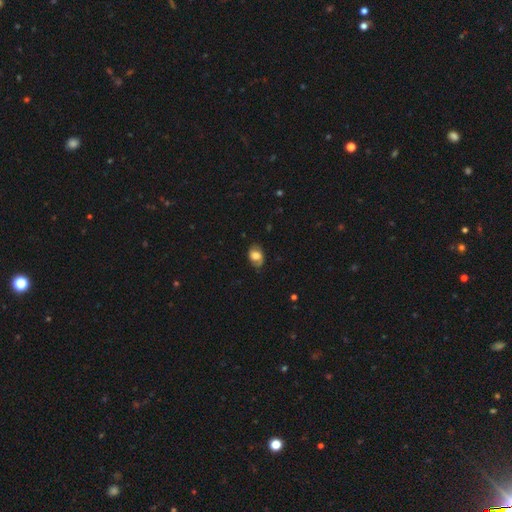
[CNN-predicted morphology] This is likely a smooth galaxy (60%). How rounded: likely in between (76%). Merging: likely none (70%).